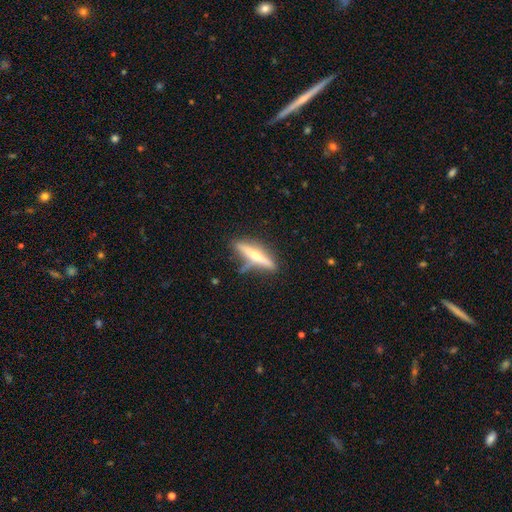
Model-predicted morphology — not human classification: featured or disk 60%, smooth 34%, star or artifact 6%. Down the decision tree: edge-on disk — yes (93%); edge-on bulge — rounded (87%); merging — none (70%).